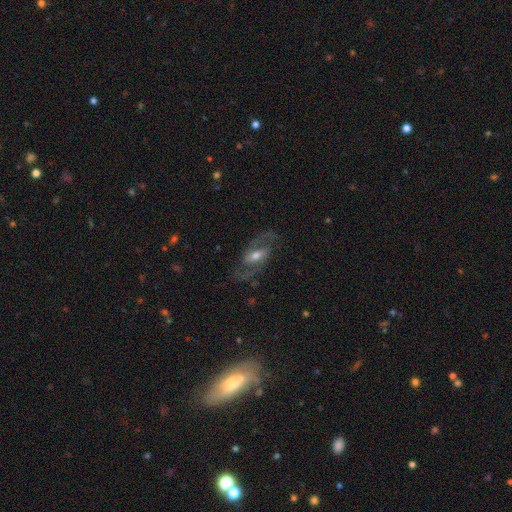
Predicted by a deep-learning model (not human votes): Smooth or featured? Predicted: featured or disk (p=0.84). Edge-on disk? Predicted: no (p=0.95). Bar? Predicted: weak (p=0.47). Spiral arms? Predicted: yes (p=0.93). Spiral winding? Predicted: medium (p=0.57). Spiral arm count? Predicted: 2 (p=0.92). Bulge size? Predicted: moderate (p=0.64). Merging? Predicted: none (p=0.78).